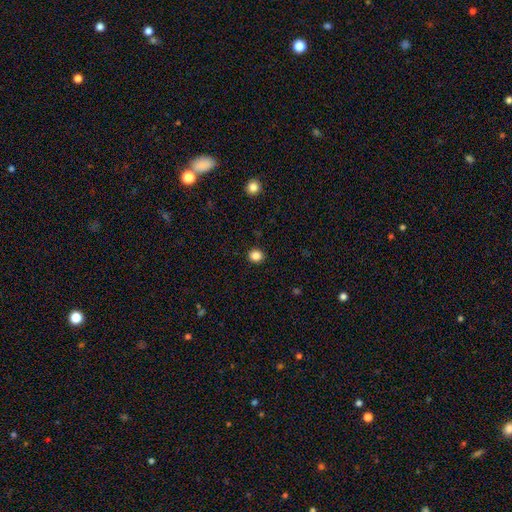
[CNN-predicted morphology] This appears to be a smooth galaxy with no disk features (85%) that is round (85%). Merging: none (92%).